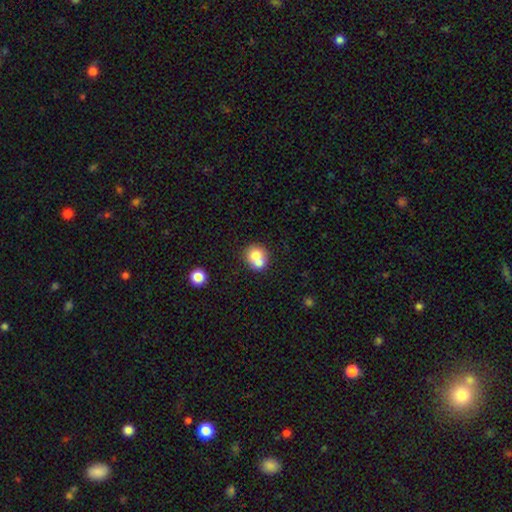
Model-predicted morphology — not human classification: A smooth galaxy with no disk features (71%) that is round (82%).

Vote fractions:
- Smooth or featured? smooth: 71% / featured or disk: 19% / star or artifact: 10%
- How rounded? round: 82% / in between: 18% / cigar-shaped: 1%
- Merging? merger: 52% / none: 39% / minor disturbance: 7% / major disturbance: 3%